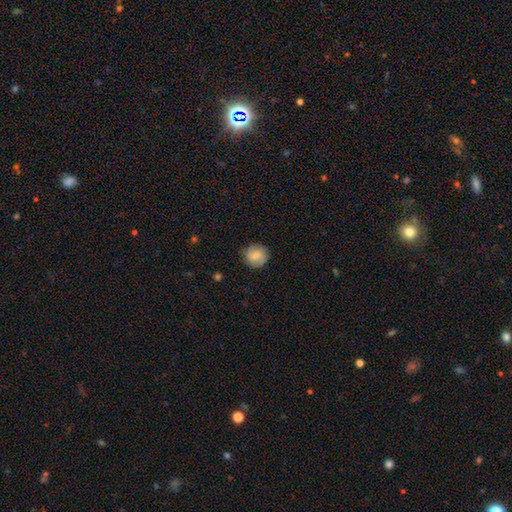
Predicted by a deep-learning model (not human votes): The model was most divided on "smooth or featured": smooth: 77%, featured or disk: 16%, star or artifact: 8%. More confident: how rounded — round (90%); merging — none (83%).